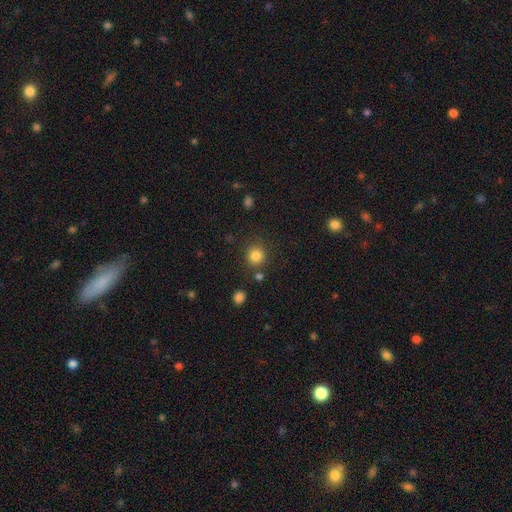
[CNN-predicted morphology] Smooth or featured?
  - smooth: 84% *
  - star or artifact: 12%
  - featured or disk: 5%
How rounded?
  - round: 89% *
  - in between: 10%
  - cigar-shaped: 1%
Merging?
  - none: 83% *
  - minor disturbance: 8%
  - merger: 6%
  - major disturbance: 3%